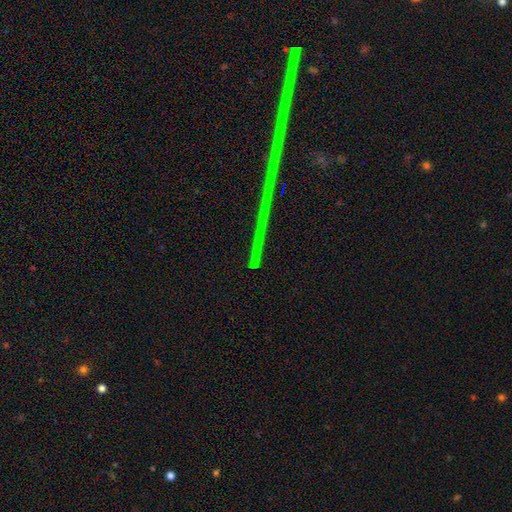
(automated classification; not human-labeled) A star or artifact, not a galaxy (76%).